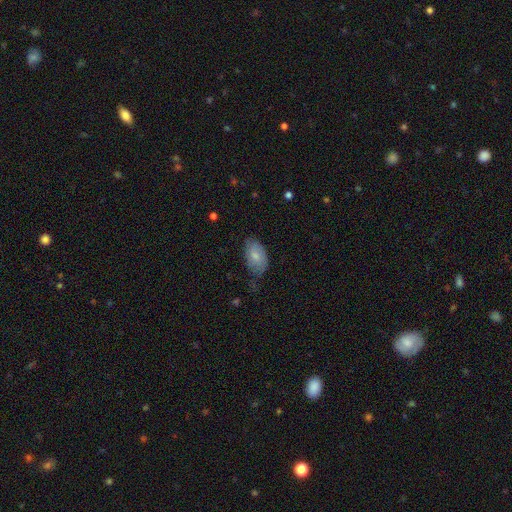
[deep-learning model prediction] Morphology: type=smooth (71%); roundness=in between (93%); merging=none (59%).